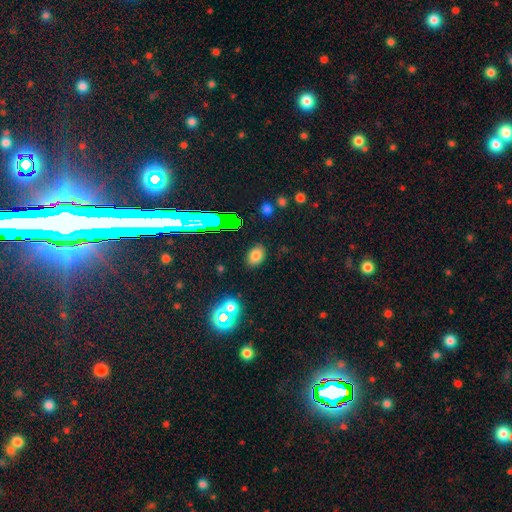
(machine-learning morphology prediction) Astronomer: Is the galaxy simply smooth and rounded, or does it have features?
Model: smooth — 75%.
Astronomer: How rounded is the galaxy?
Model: in between — 80%.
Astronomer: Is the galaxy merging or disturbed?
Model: none — 86%.